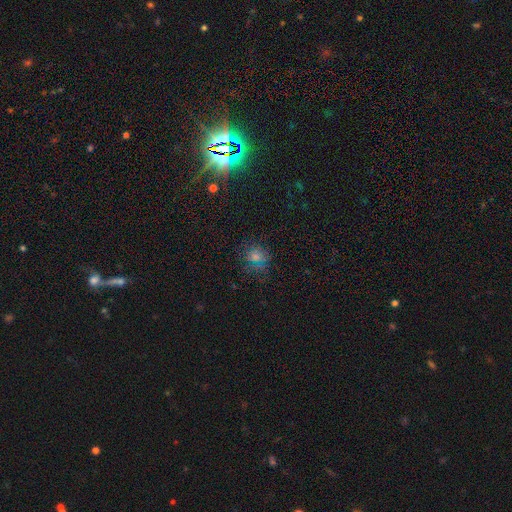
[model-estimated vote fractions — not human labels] A smooth galaxy with no disk features (46%).

Vote fractions:
- Smooth or featured? smooth: 46% / star or artifact: 43% / featured or disk: 11%
- Merging? none: 77% / minor disturbance: 14% / major disturbance: 7% / merger: 2%